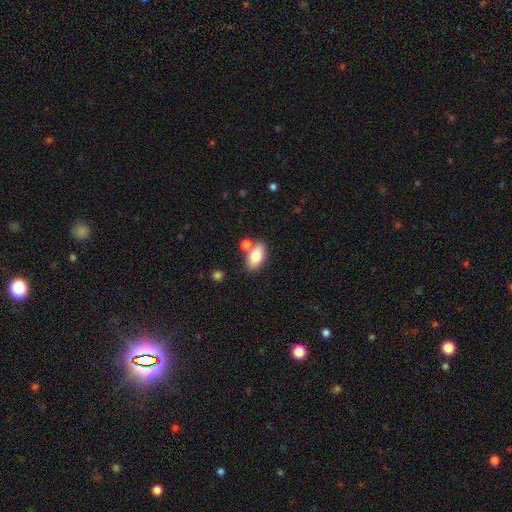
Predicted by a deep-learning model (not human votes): Smooth or featured? smooth (78%)
How rounded? in between (89%)
Merging? none (65%)